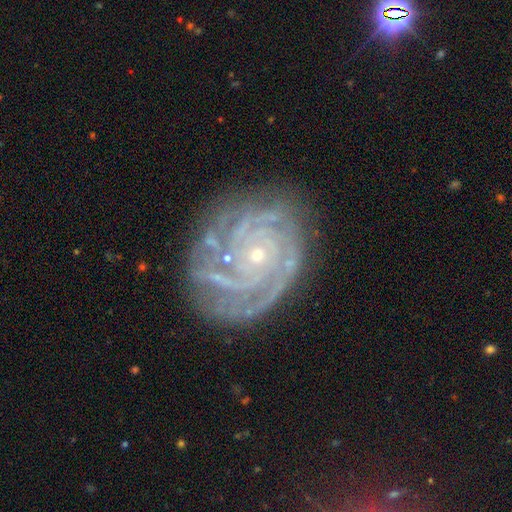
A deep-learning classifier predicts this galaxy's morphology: Smooth or featured? featured or disk (88%)
Edge-on disk? no (97%)
Bar? no (79%)
Spiral arms? yes (98%)
Spiral winding? tight (79%)
Spiral arm count? 3 (26%)
Bulge size? small (85%)
Merging? none (75%)